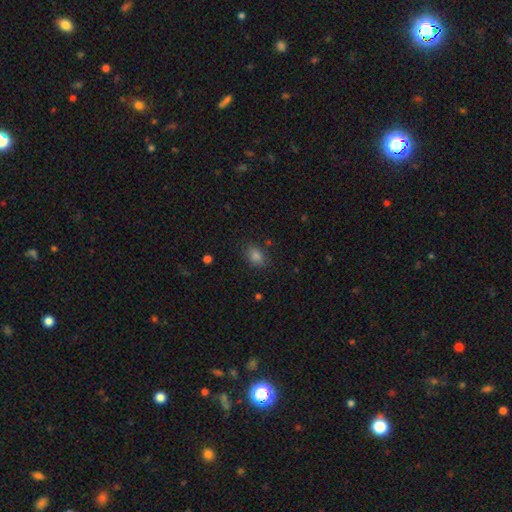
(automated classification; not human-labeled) Morphology: type=smooth (81%); roundness=in between (76%); merging=none (84%).